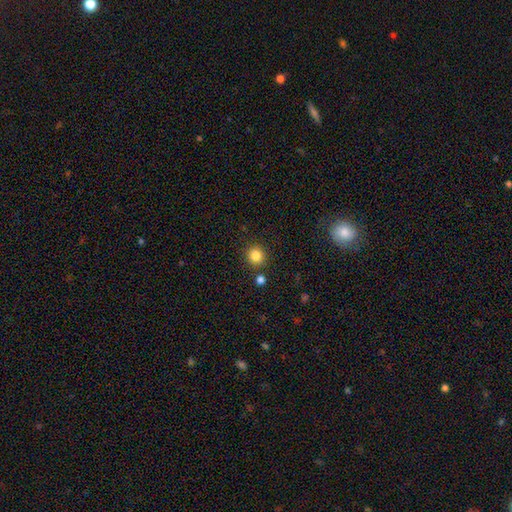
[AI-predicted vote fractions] Smooth or featured? Predicted: smooth (p=0.84). How rounded? Predicted: round (p=0.92). Merging? Predicted: none (p=0.86).